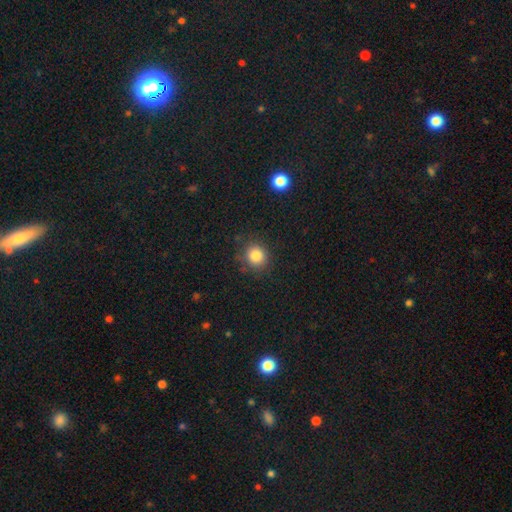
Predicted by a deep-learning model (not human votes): smooth-or-featured: smooth: 83% | star or artifact: 11% | featured or disk: 6%
  how-rounded: round: 86% | in between: 14% | cigar-shaped: 1%
  merging: none: 83% | minor disturbance: 11% | major disturbance: 4% | merger: 2%